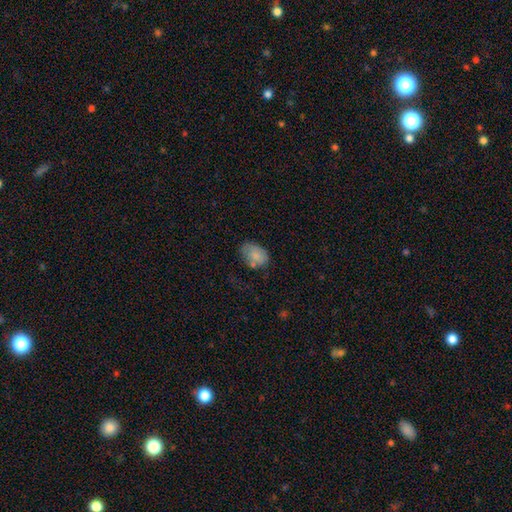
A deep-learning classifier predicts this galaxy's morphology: smooth-or-featured: smooth: 80% | featured or disk: 12% | star or artifact: 8%
  how-rounded: in between: 81% | round: 18% | cigar-shaped: 1%
  merging: none: 58% | minor disturbance: 27% | major disturbance: 8% | merger: 7%